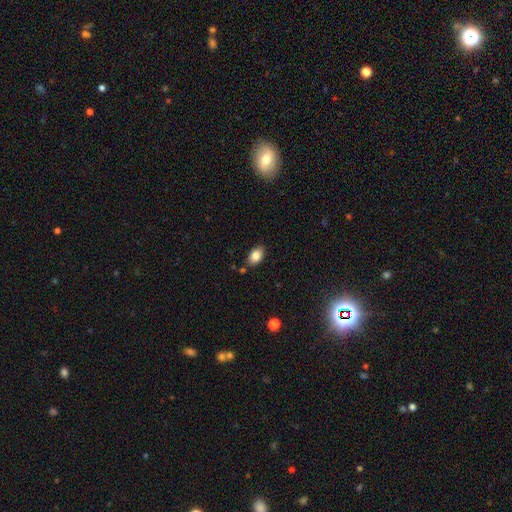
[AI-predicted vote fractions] smooth_or_featured: smooth (p=0.83) [alt: featured or disk p=0.09]
how_rounded: in between (p=0.88) [alt: round p=0.10]
merging: none (p=0.80) [alt: minor disturbance p=0.13]